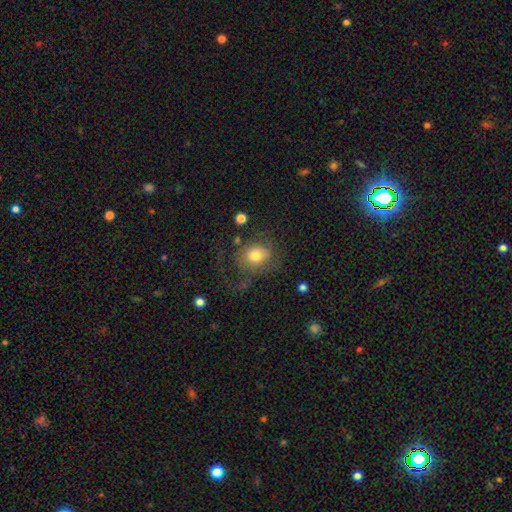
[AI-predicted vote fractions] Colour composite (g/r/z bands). It shows a smooth galaxy with no disk features (69%) that is round (64%). Merging: none (43%).